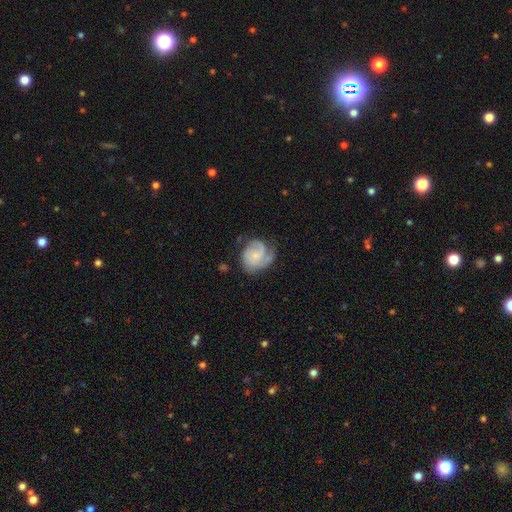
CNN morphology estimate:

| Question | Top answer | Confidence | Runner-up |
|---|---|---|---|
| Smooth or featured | featured or disk | 73% | smooth (21%) |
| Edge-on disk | no | 98% | yes (2%) |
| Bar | no | 72% | weak (25%) |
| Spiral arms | yes | 93% | no (7%) |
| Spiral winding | tight | 44% | medium (40%) |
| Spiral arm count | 2 | 33% | 3 (25%) |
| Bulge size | small | 65% | moderate (18%) |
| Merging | none | 56% | minor disturbance (25%) |